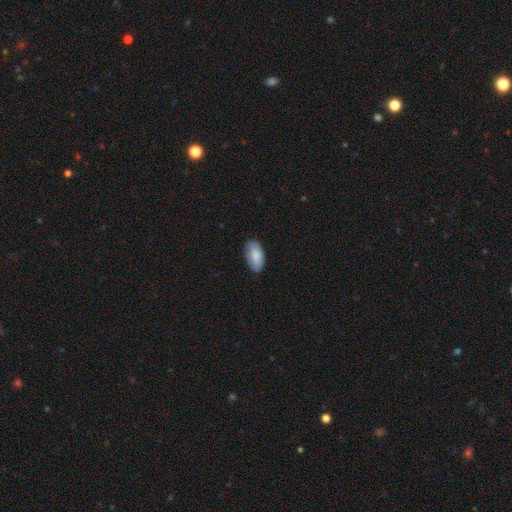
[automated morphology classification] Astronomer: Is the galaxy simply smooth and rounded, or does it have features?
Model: smooth — 83%.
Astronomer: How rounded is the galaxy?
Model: in between — 95%.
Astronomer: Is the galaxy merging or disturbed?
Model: none — 82%.